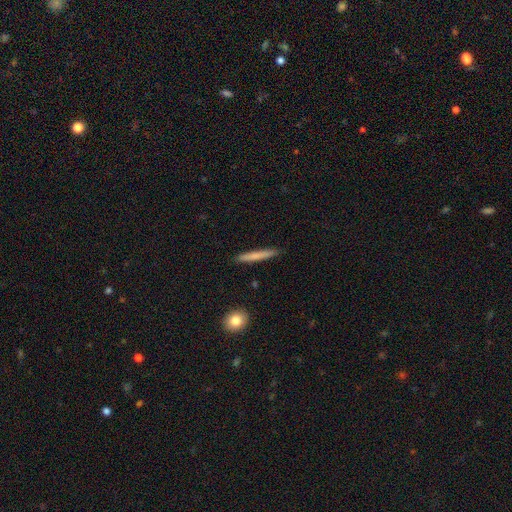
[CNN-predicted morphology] smooth 72%, featured or disk 23%, star or artifact 6%. Down the decision tree: how rounded — cigar-shaped (96%); merging — none (90%).